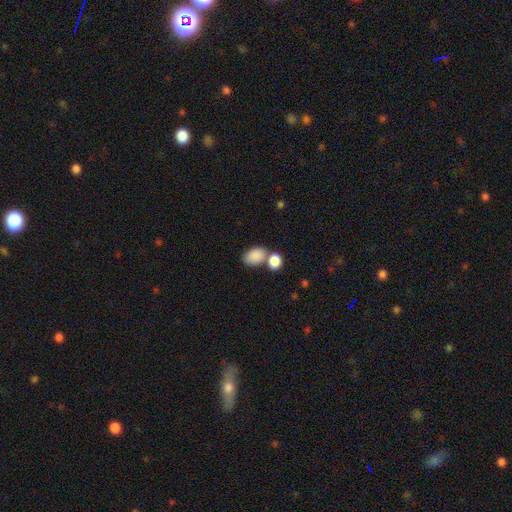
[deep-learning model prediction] The model was most divided on "merging" (2-way tie): none: 42%, merger: 42%, minor disturbance: 12%, major disturbance: 5%. More confident: smooth or featured — smooth (86%); how rounded — in between (85%).